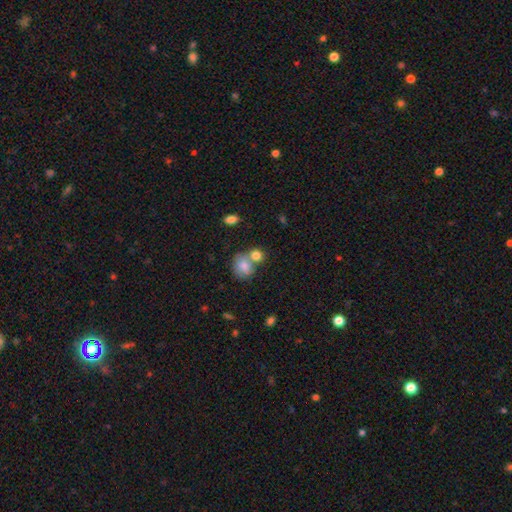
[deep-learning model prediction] Smooth or featured?
  - smooth: 81% *
  - featured or disk: 10%
  - star or artifact: 9%
How rounded?
  - round: 63% *
  - in between: 36%
  - cigar-shaped: 1%
Merging?
  - merger: 47% *
  - none: 39%
  - minor disturbance: 10%
  - major disturbance: 4%